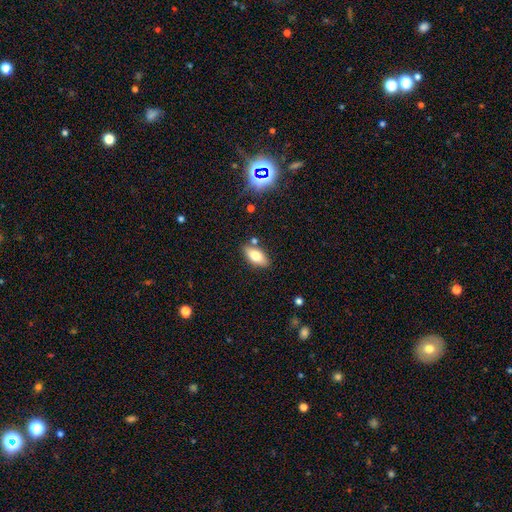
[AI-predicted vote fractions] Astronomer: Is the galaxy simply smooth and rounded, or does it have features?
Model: smooth — 72%.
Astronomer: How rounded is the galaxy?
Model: in between — 86%.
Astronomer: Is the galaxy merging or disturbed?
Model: none — 81%.